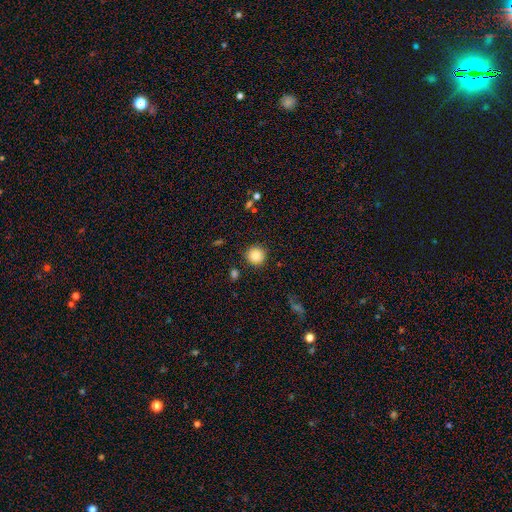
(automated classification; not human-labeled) Smooth or featured?
  - smooth: 84% *
  - star or artifact: 10%
  - featured or disk: 6%
How rounded?
  - round: 93% *
  - in between: 6%
  - cigar-shaped: 1%
Merging?
  - none: 89% *
  - minor disturbance: 7%
  - major disturbance: 2%
  - merger: 2%